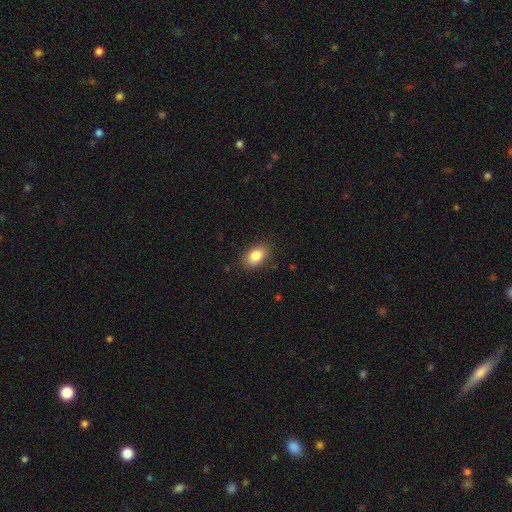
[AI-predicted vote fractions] smooth 85%, star or artifact 8%, featured or disk 7%. Down the decision tree: how rounded — in between (88%); merging — none (86%).